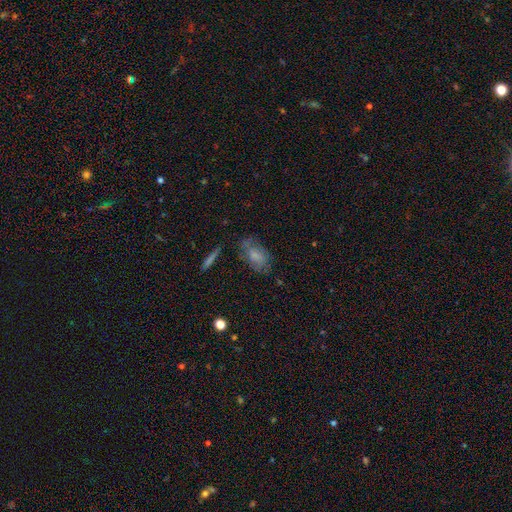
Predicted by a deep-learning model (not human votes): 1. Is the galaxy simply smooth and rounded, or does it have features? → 67% smooth, 24% featured or disk, 9% star or artifact.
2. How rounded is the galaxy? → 88% in between, 8% round, 4% cigar-shaped.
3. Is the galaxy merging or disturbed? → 58% none, 26% minor disturbance, 12% major disturbance, 4% merger.